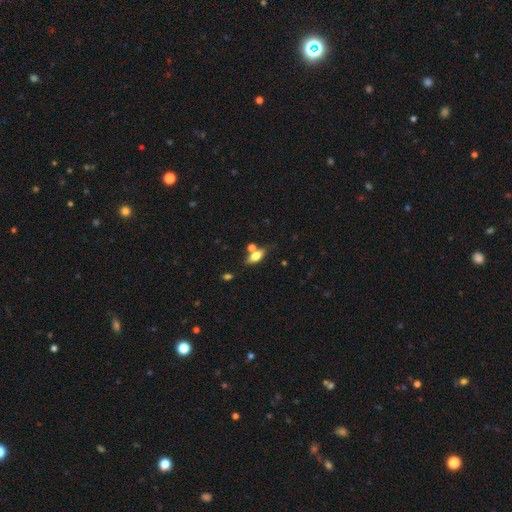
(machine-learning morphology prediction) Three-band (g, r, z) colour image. It shows a smooth galaxy with no disk features (63%) that is in between round and cigar-shaped (74%). Merging: none (60%).